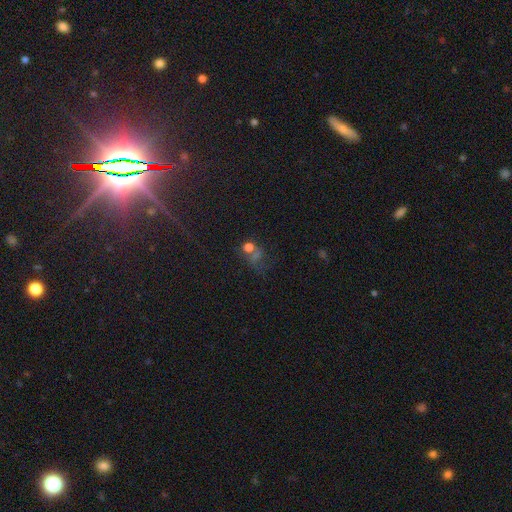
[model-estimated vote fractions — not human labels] Smooth or featured? Predicted: star or artifact (p=0.49).